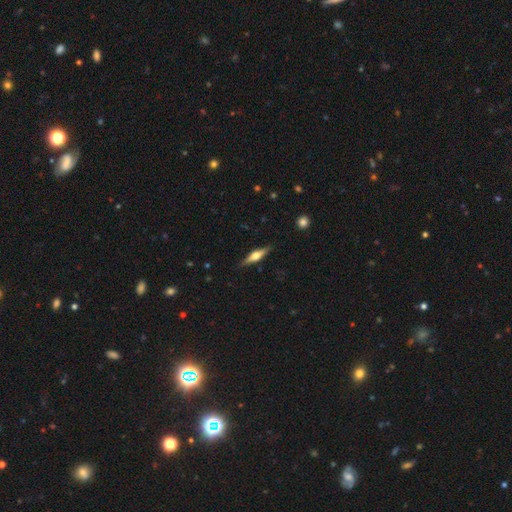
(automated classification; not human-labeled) This appears to be a featured or disk galaxy (64%) viewed edge-on (96%) with a rounded central bulge (91%). Merging: none (87%).